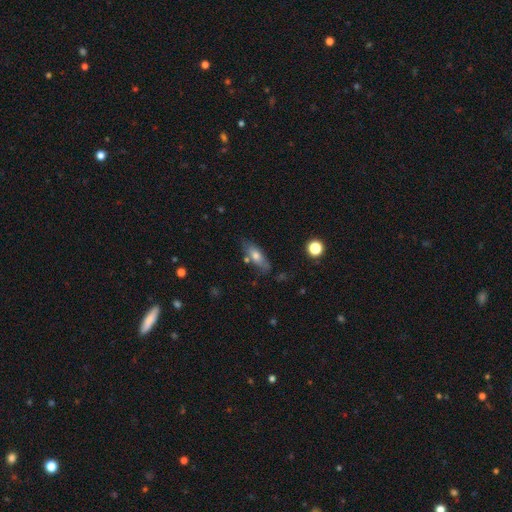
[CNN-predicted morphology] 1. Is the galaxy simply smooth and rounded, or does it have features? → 65% smooth, 27% featured or disk, 7% star or artifact.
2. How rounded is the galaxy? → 66% in between, 31% cigar-shaped, 3% round.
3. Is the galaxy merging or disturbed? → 72% none, 17% minor disturbance, 7% merger, 4% major disturbance.